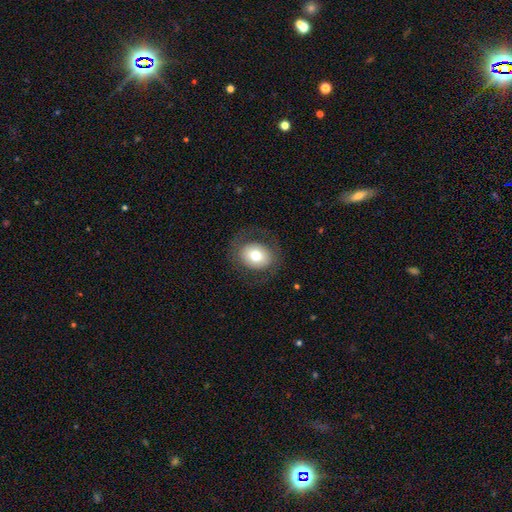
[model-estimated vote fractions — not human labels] This appears to be a smooth galaxy with no disk features (66%) that is round (55%). Merging: none (78%).